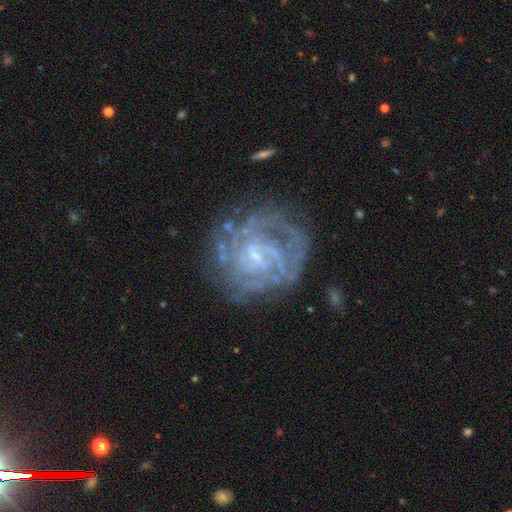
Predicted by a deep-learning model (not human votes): This appears to be a featured or disk galaxy (84%) with a weak bar (50%), tight (65%) spiral arms (89%) and a small central bulge (68%). Merging: none (66%).